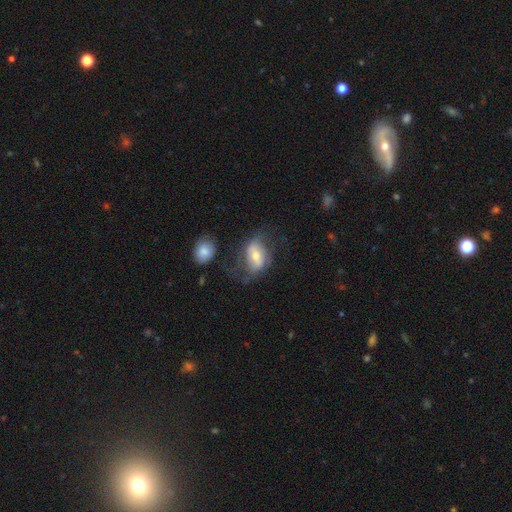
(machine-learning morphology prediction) Overall: featured or disk (51%; smooth 42%). Edge-on disk: no (93%). Merging: none (45%; major disturbance 24%).